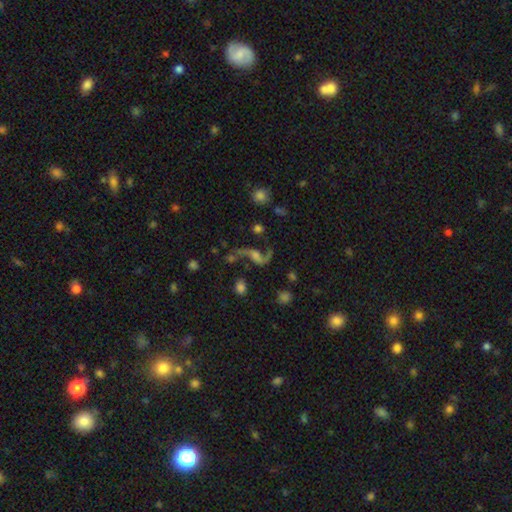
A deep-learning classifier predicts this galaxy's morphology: Overall: featured or disk (79%). Edge-on disk: no (96%). Bar: no (53%; weak 34%). Spiral arms: yes (94%). Spiral arm count: 2 (90%). Spiral winding: loose (85%). Bulge size: moderate (33%; small 26%). Merging: none (56%; major disturbance 17%).